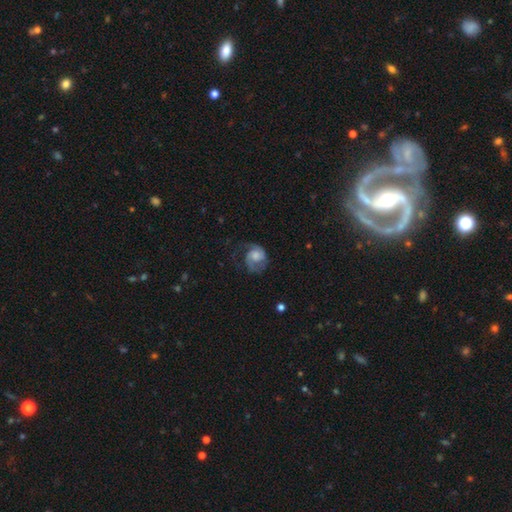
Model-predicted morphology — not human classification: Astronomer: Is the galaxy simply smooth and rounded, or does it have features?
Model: featured or disk — 60%.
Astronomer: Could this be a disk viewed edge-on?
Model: no — 98%.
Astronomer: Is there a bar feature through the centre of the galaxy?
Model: no — 69%.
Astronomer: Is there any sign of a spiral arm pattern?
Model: yes — 89%.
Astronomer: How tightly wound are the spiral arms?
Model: medium — 44% (runner-up: tight, 30%).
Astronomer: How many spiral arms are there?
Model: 2 — 63%.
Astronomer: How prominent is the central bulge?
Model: moderate — 37% (runner-up: small, 24%).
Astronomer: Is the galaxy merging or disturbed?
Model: none — 48% (runner-up: major disturbance, 26%).